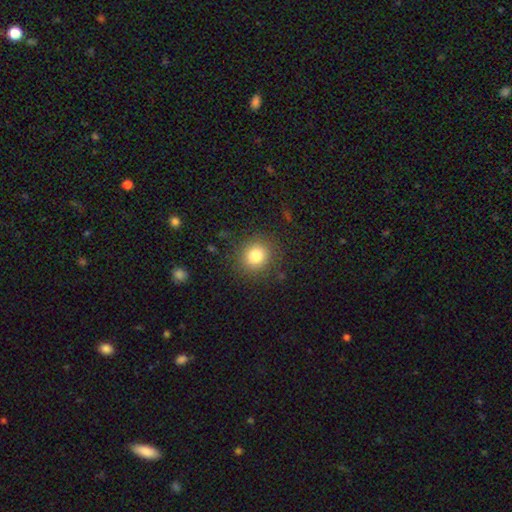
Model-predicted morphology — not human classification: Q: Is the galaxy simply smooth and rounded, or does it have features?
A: smooth — 80%.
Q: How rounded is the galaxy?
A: round — 87%.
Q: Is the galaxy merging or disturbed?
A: none — 88%.